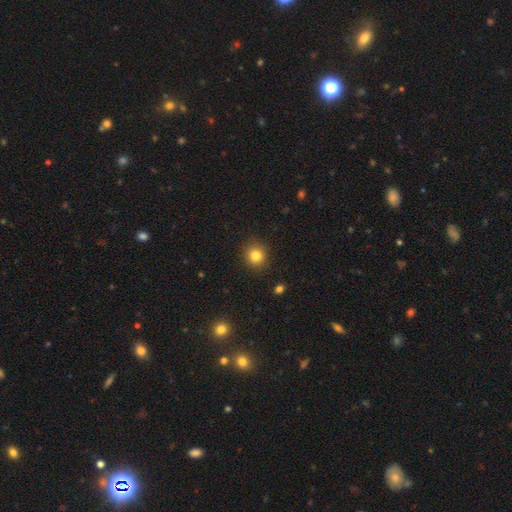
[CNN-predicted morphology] The model was most divided on "smooth or featured": smooth: 83%, star or artifact: 11%, featured or disk: 6%. More confident: merging — none (90%); how rounded — round (87%).